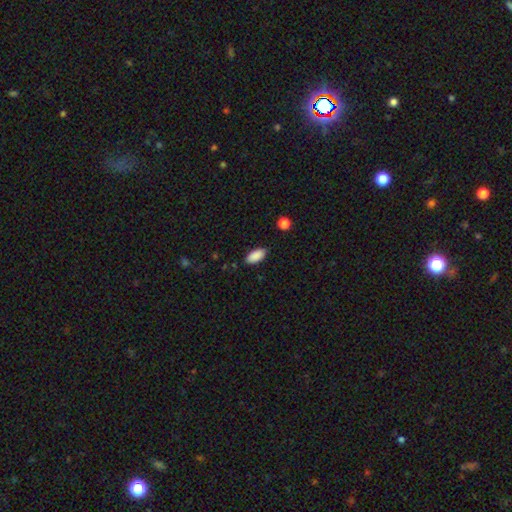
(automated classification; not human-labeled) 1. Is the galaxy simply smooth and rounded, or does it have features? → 89% smooth, 7% star or artifact, 4% featured or disk.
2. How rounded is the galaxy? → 91% in between, 6% cigar-shaped, 2% round.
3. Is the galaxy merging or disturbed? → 85% none, 11% minor disturbance, 2% major disturbance, 1% merger.